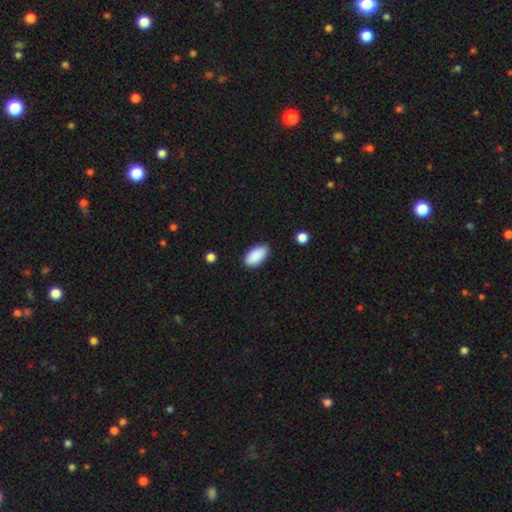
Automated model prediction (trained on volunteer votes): A smooth galaxy with no disk features (90%) that is in between round and cigar-shaped (94%). Merging: none (86%).